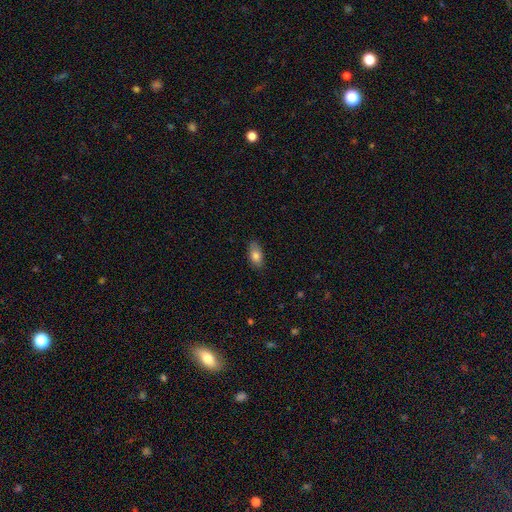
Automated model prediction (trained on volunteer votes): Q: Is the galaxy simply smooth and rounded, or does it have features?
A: smooth — 81%.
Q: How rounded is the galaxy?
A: in between — 89%.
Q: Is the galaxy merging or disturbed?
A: none — 82%.